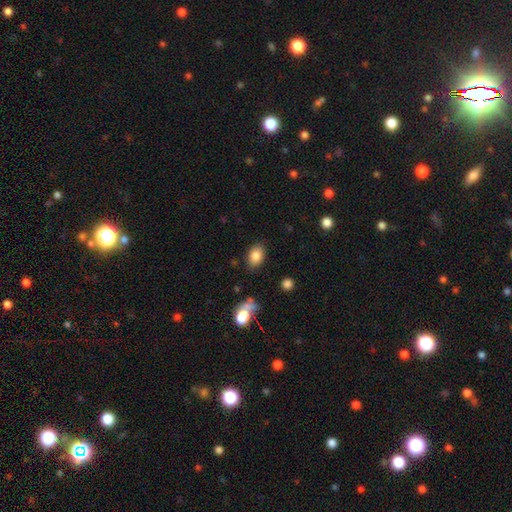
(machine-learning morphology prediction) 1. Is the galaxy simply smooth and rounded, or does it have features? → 84% smooth, 9% star or artifact, 7% featured or disk.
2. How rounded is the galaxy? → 80% in between, 18% round, 1% cigar-shaped.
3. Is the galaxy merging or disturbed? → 82% none, 12% minor disturbance, 3% major disturbance, 2% merger.